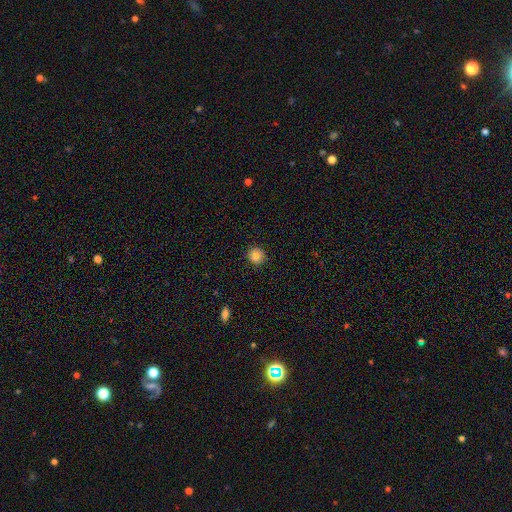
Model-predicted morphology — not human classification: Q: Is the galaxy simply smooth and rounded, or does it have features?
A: smooth — 82%.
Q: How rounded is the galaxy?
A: round — 92%.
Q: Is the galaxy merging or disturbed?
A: none — 89%.